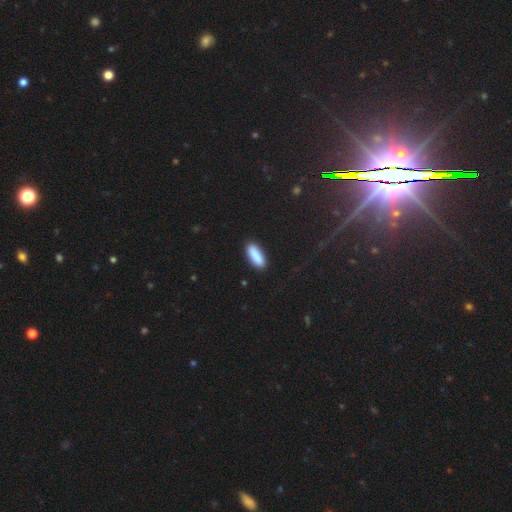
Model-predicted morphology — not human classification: Smooth or featured?
  - smooth: 89% *
  - star or artifact: 6%
  - featured or disk: 5%
How rounded?
  - in between: 63% *
  - cigar-shaped: 35%
  - round: 2%
Merging?
  - none: 88% *
  - minor disturbance: 9%
  - major disturbance: 2%
  - merger: 1%